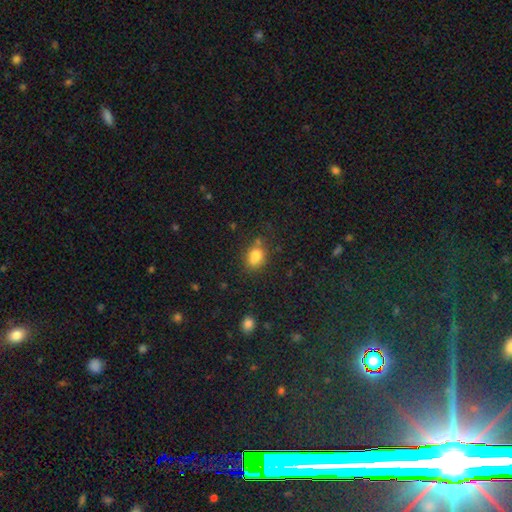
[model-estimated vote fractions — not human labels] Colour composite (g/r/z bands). It shows a smooth galaxy with no disk features (81%) that is in between round and cigar-shaped (62%). Merging: none (67%).